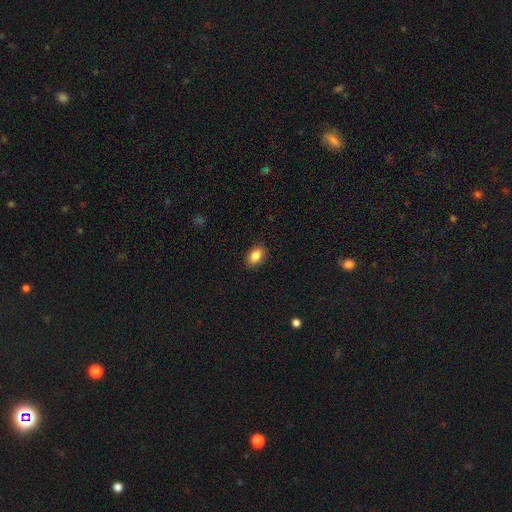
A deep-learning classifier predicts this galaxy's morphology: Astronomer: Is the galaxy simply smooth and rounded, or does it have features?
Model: smooth — 87%.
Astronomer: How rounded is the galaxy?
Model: in between — 85%.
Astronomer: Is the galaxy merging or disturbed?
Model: none — 88%.